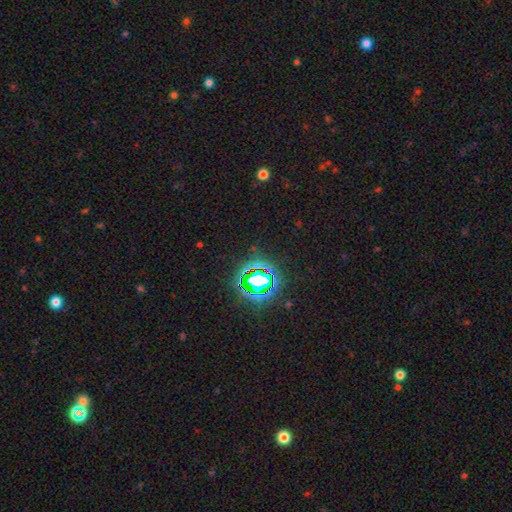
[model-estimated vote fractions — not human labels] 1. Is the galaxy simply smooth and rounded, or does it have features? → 79% star or artifact, 13% smooth, 8% featured or disk.